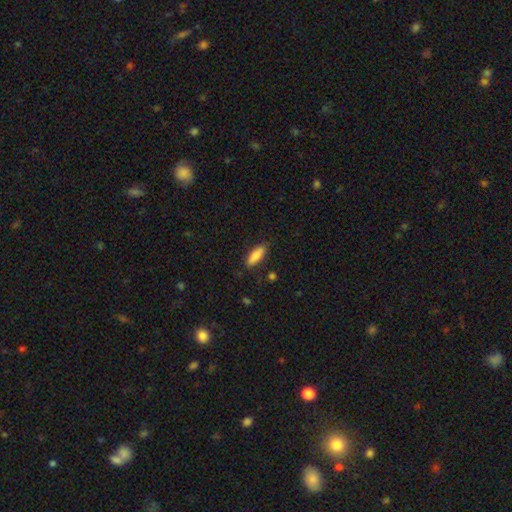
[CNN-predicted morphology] smooth 86%, featured or disk 8%, star or artifact 6%. Down the decision tree: how rounded — in between (58%); merging — none (85%).